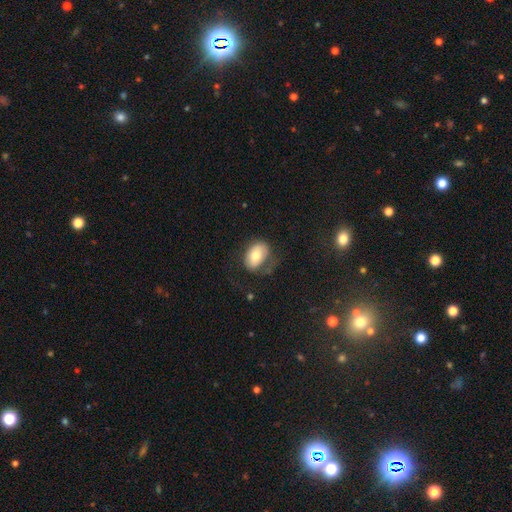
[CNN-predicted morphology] This appears to be a smooth galaxy with no disk features (70%) that is in between round and cigar-shaped (86%). Merging: none (55%).